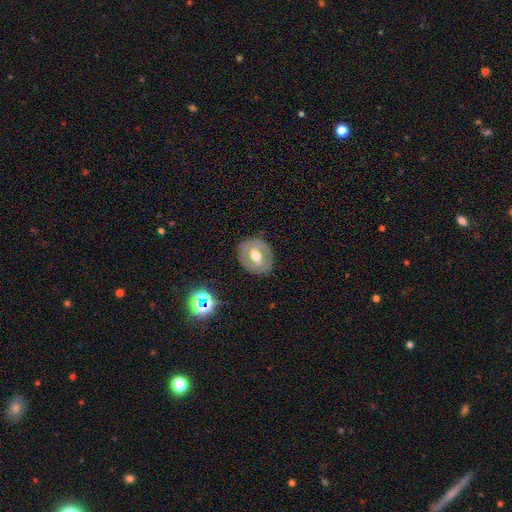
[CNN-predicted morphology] This appears to be a featured or disk galaxy (55%) with a weak bar (42%), no spiral arms (69%) and a moderate central bulge (72%). Merging: none (83%).